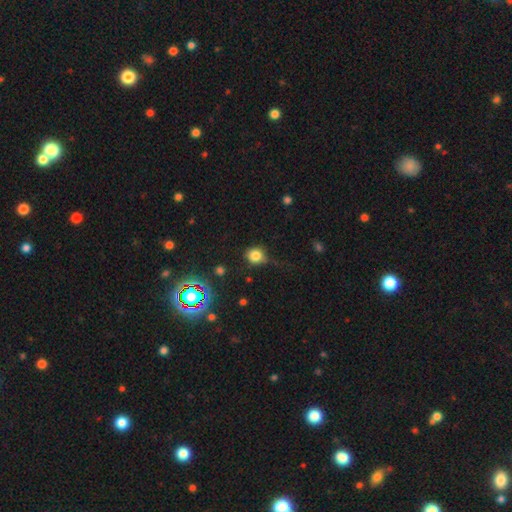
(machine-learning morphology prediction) A smooth galaxy with no disk features (79%) that is round (78%).

Vote fractions:
- Smooth or featured? smooth: 79% / star or artifact: 14% / featured or disk: 7%
- How rounded? round: 78% / in between: 21% / cigar-shaped: 1%
- Merging? none: 65% / minor disturbance: 23% / major disturbance: 9% / merger: 3%